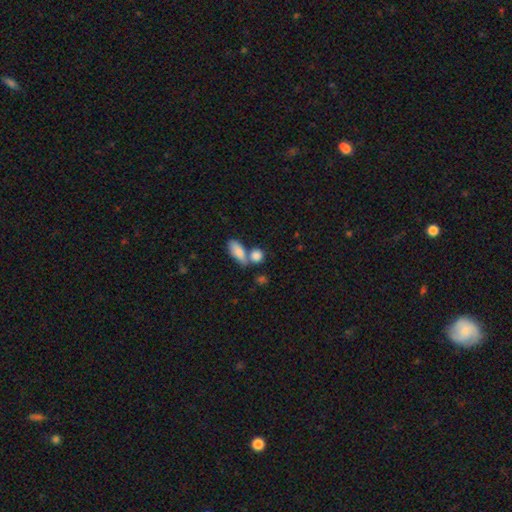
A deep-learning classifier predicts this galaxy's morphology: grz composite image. It shows a smooth galaxy with no disk features (85%) that is in between round and cigar-shaped (47%). Merging: none (46%).